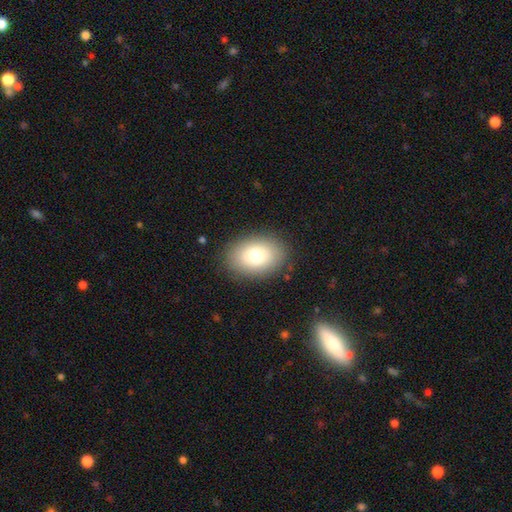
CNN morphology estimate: A smooth galaxy with no disk features (72%) that is in between round and cigar-shaped (78%).

Vote fractions:
- Smooth or featured? smooth: 72% / featured or disk: 19% / star or artifact: 9%
- How rounded? in between: 78% / round: 21% / cigar-shaped: 1%
- Merging? none: 85% / minor disturbance: 10% / major disturbance: 4% / merger: 1%